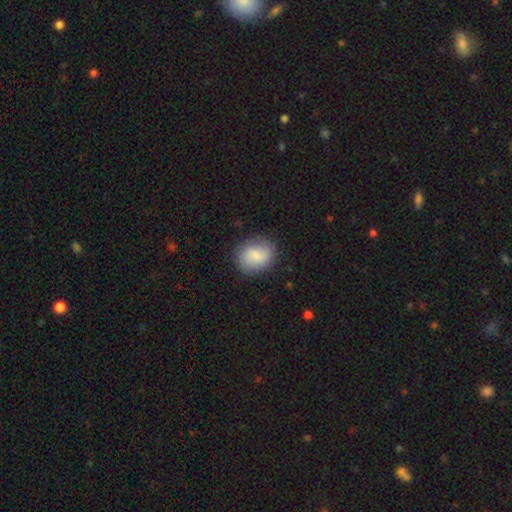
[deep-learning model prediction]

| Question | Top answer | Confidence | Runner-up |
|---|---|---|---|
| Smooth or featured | smooth | 71% | featured or disk (21%) |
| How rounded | round | 58% | in between (41%) |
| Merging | none | 80% | minor disturbance (14%) |